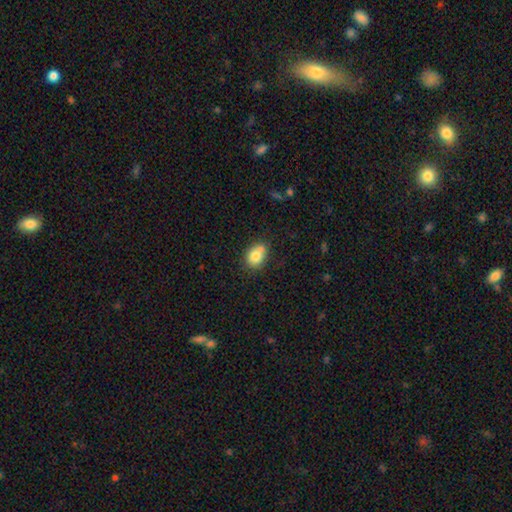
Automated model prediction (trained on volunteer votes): Q: Smooth or featured?
A: smooth (81%); runner-up: featured or disk (10%)
Q: How rounded?
A: in between (66%); runner-up: round (33%)
Q: Merging?
A: none (64%); runner-up: minor disturbance (22%)